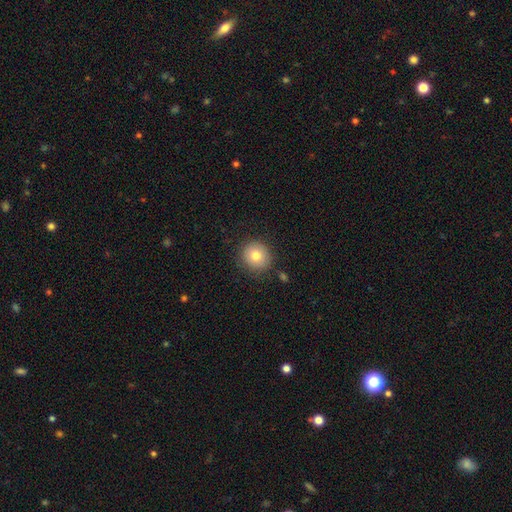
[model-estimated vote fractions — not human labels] Smooth or featured: smooth — 77% (featured or disk — 12%)
How rounded: round — 91% (in between — 8%)
Merging: none — 85% (minor disturbance — 10%)